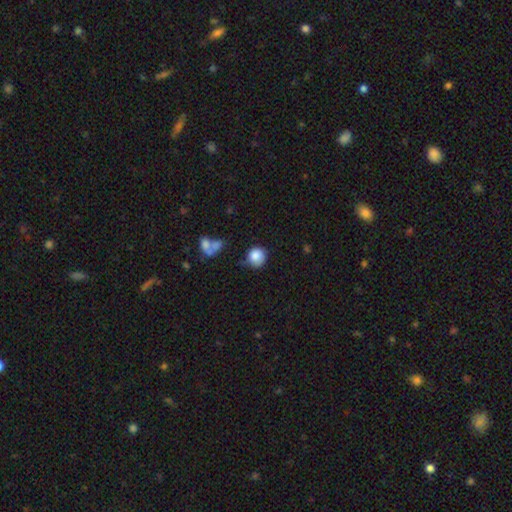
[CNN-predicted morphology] A smooth galaxy with no disk features (83%) that is round (87%). Merging: none (55%).